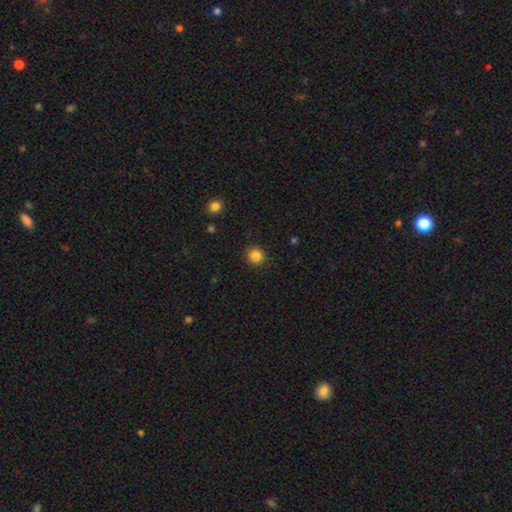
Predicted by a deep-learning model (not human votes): Smooth or featured? Predicted: smooth (p=0.85). How rounded? Predicted: round (p=0.91). Merging? Predicted: none (p=0.91).